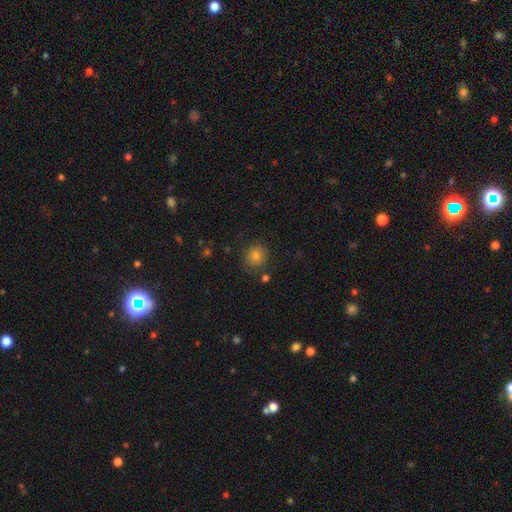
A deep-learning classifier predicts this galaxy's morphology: smooth-or-featured: smooth: 78% | star or artifact: 14% | featured or disk: 8%
  how-rounded: round: 88% | in between: 11% | cigar-shaped: 1%
  merging: none: 83% | minor disturbance: 11% | merger: 3% | major disturbance: 3%